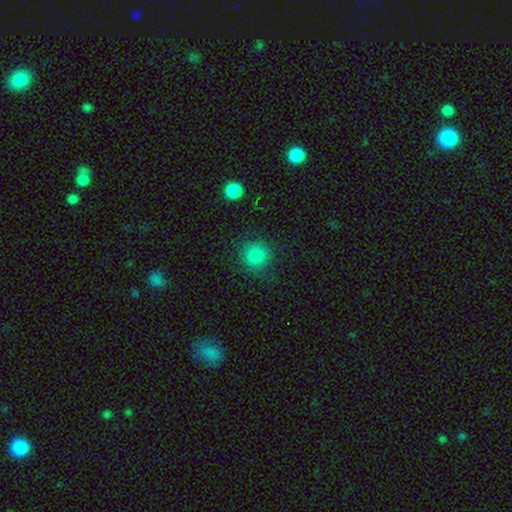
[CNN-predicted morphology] This is clearly a smooth galaxy (85%). How rounded: clearly round (88%). Merging: likely none (78%).